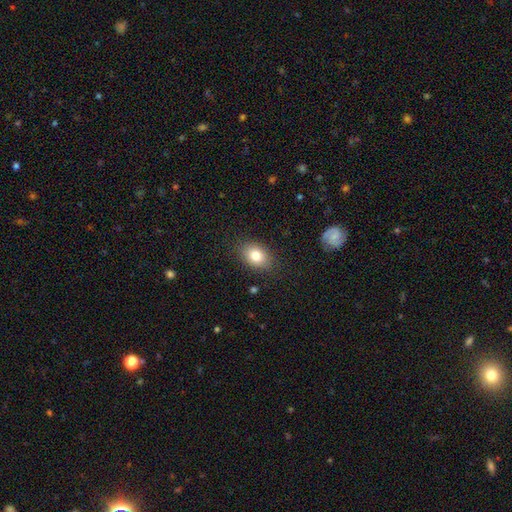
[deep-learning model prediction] Q: Smooth or featured?
A: smooth (81%); runner-up: featured or disk (10%)
Q: How rounded?
A: in between (76%); runner-up: round (22%)
Q: Merging?
A: none (84%); runner-up: minor disturbance (11%)